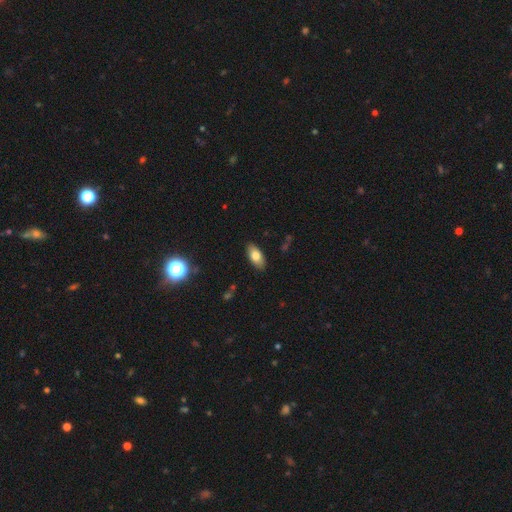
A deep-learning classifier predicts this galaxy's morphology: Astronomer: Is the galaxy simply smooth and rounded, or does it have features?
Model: smooth — 78%.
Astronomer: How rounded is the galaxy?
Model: in between — 91%.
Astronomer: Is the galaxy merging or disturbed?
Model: none — 87%.